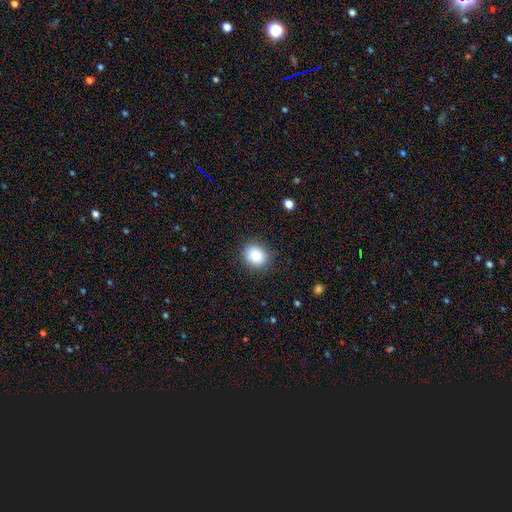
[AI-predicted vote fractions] Overall: smooth (87%). How rounded: round (65%; in between 34%). Merging: none (86%).